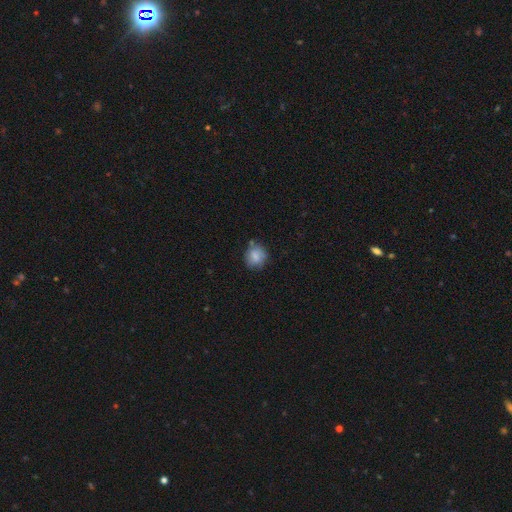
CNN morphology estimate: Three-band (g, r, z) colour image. It shows a smooth galaxy with no disk features (78%) that is round (77%). Merging: none (70%).